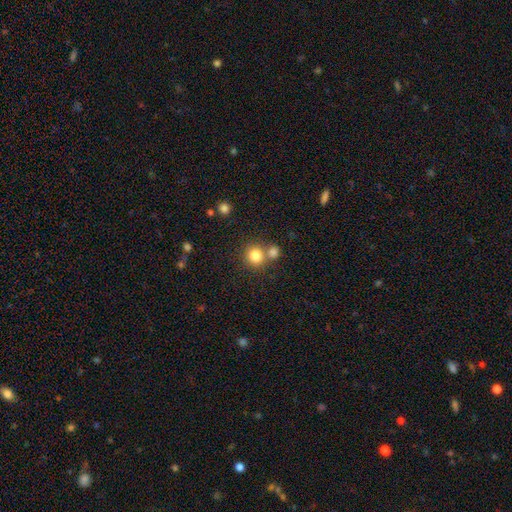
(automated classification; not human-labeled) This appears to be a smooth galaxy with no disk features (82%) that is round (89%). Merging: none (61%).